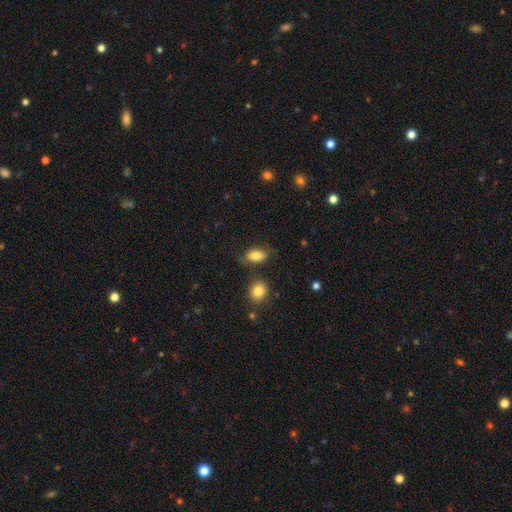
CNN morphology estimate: Smooth or featured?
  - smooth: 82% *
  - featured or disk: 10%
  - star or artifact: 9%
How rounded?
  - in between: 88% *
  - round: 10%
  - cigar-shaped: 3%
Merging?
  - none: 75% *
  - minor disturbance: 15%
  - merger: 5%
  - major disturbance: 5%